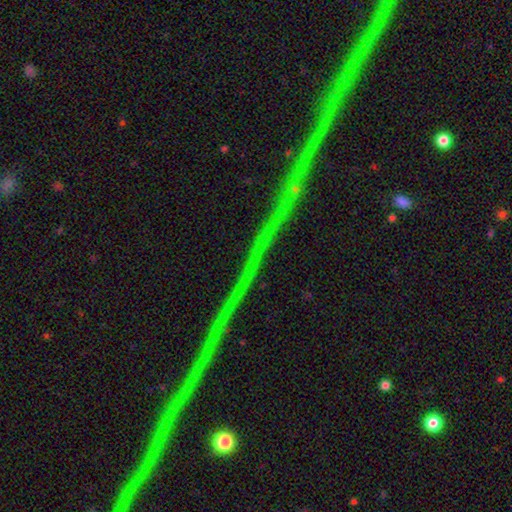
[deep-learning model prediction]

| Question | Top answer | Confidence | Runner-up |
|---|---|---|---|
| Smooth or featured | star or artifact | 74% | featured or disk (17%) |